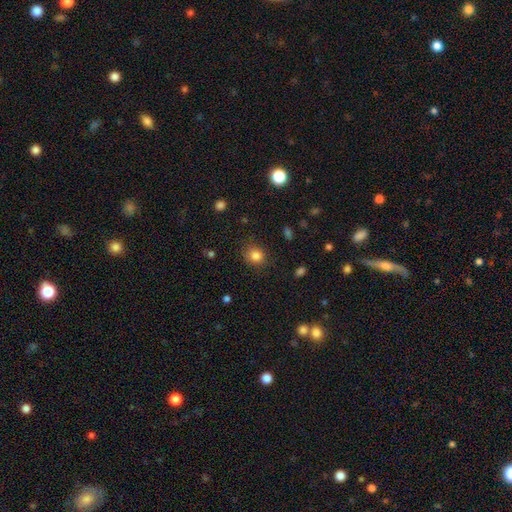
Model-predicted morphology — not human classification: Smooth or featured? Predicted: smooth (p=0.83). How rounded? Predicted: round (p=0.78). Merging? Predicted: none (p=0.80).